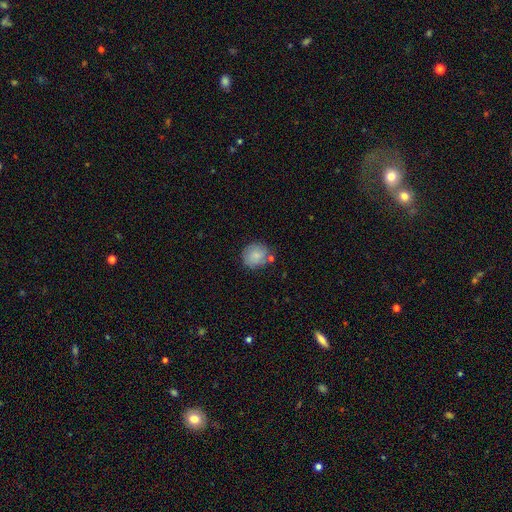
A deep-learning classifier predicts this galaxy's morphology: A smooth galaxy with no disk features (82%) that is round (84%).

Vote fractions:
- Smooth or featured? smooth: 82% / featured or disk: 11% / star or artifact: 7%
- How rounded? round: 84% / in between: 15% / cigar-shaped: 1%
- Merging? none: 72% / minor disturbance: 17% / merger: 7% / major disturbance: 4%